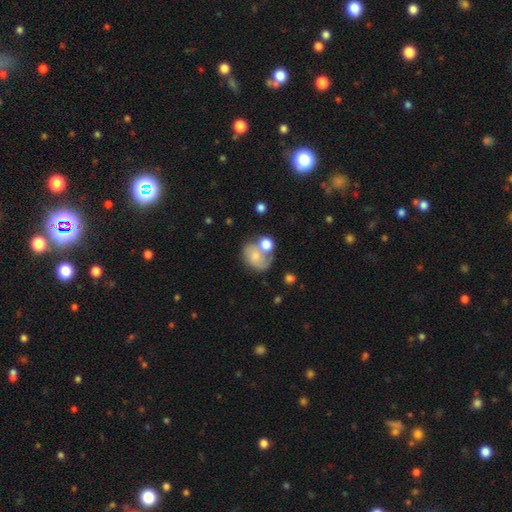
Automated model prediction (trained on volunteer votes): smooth 56%, featured or disk 34%, star or artifact 10%. Down the decision tree: how rounded — in between (54%); merging — merger (34%, tied with none).